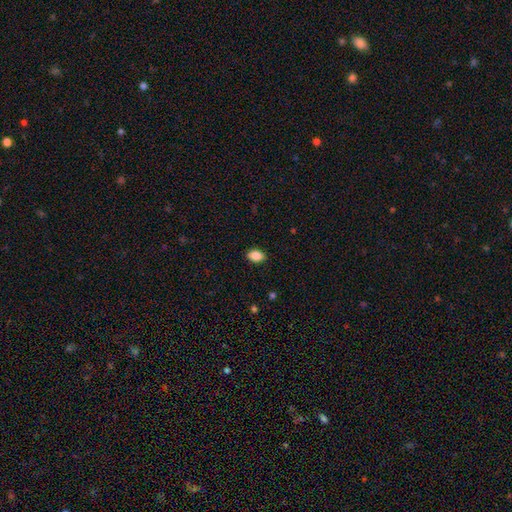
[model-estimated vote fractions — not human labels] A smooth galaxy with no disk features (88%) that is in between round and cigar-shaped (88%). Merging: none (88%).